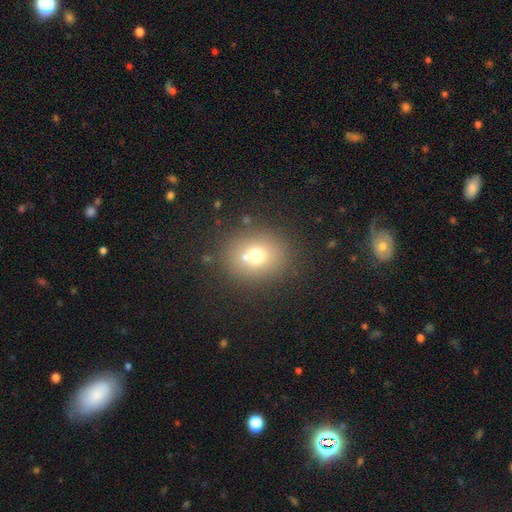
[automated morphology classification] This is likely a smooth galaxy (68%). How rounded: likely round (69%). Merging: likely none (67%).